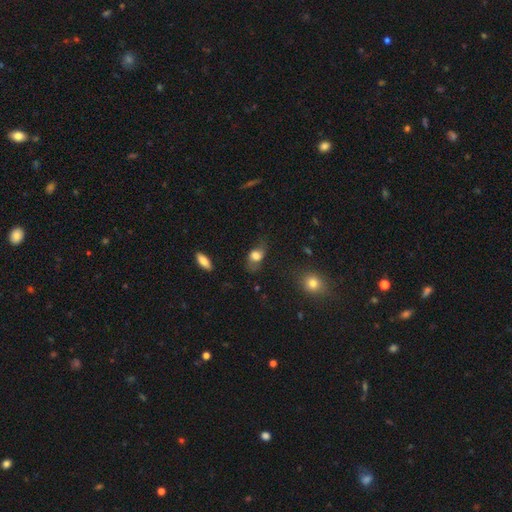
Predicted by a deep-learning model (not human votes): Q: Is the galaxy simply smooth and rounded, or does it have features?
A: smooth — 68%.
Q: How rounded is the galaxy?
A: in between — 75%.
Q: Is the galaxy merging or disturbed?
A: none — 53%.